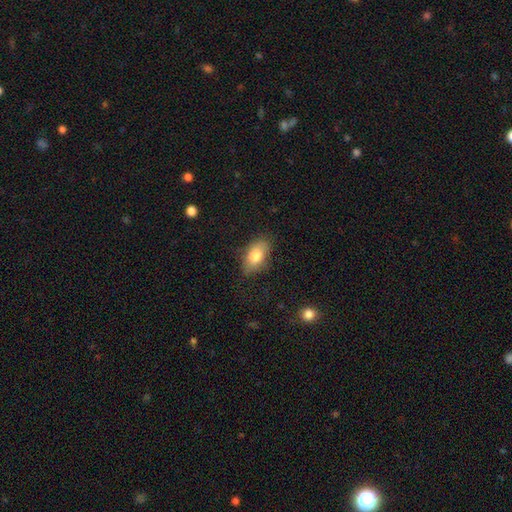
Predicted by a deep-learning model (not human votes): smooth-or-featured: smooth: 81% | featured or disk: 12% | star or artifact: 7%
  how-rounded: in between: 91% | round: 5% | cigar-shaped: 4%
  merging: none: 77% | minor disturbance: 17% | major disturbance: 4% | merger: 1%